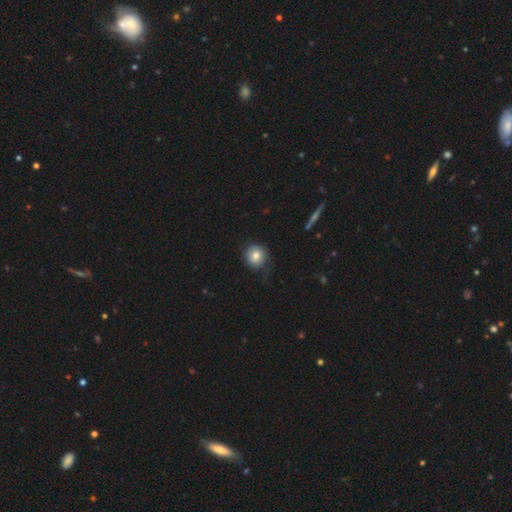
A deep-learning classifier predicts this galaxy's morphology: type=smooth (76%); roundness=round (83%); merging=none (65%).